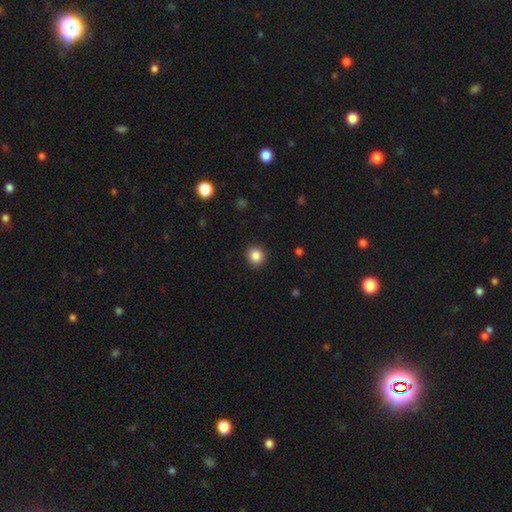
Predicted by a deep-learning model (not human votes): This is clearly a smooth galaxy (86%). How rounded: clearly round (91%). Merging: clearly none (92%).